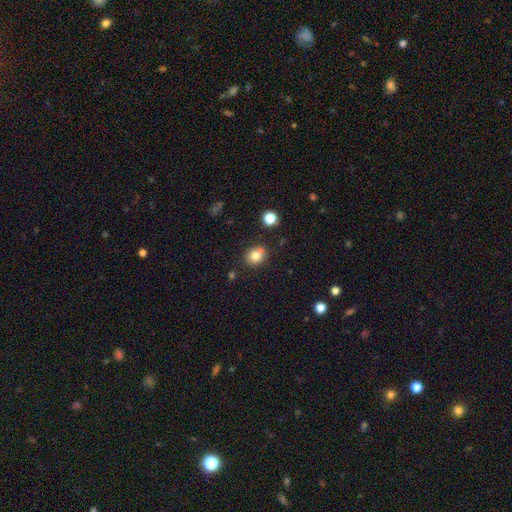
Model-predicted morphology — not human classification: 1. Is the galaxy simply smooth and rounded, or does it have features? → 79% smooth, 12% star or artifact, 9% featured or disk.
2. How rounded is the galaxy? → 72% round, 27% in between, 1% cigar-shaped.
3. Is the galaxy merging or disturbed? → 69% none, 15% merger, 13% minor disturbance, 3% major disturbance.